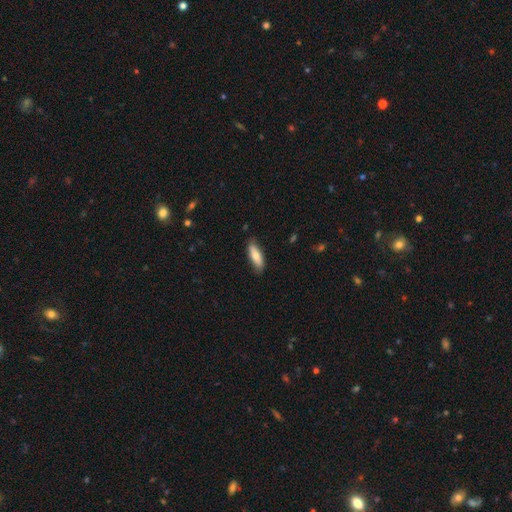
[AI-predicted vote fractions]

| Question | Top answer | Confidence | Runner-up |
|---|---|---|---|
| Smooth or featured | smooth | 74% | featured or disk (20%) |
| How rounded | in between | 51% | cigar-shaped (47%) |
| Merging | none | 81% | minor disturbance (15%) |